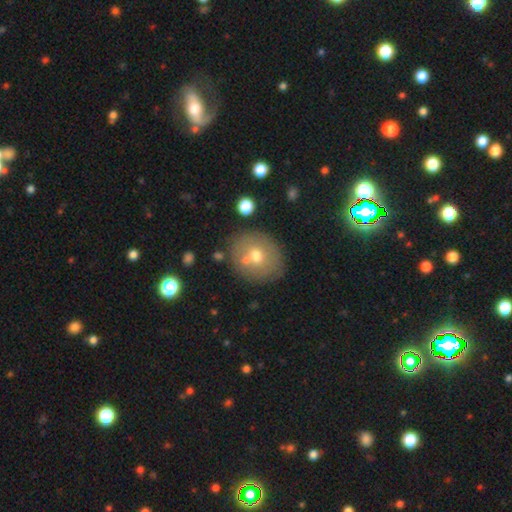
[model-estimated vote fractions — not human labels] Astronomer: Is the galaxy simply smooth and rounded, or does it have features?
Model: smooth — 63%.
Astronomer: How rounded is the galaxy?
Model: round — 69%.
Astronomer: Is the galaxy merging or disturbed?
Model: none — 69%.